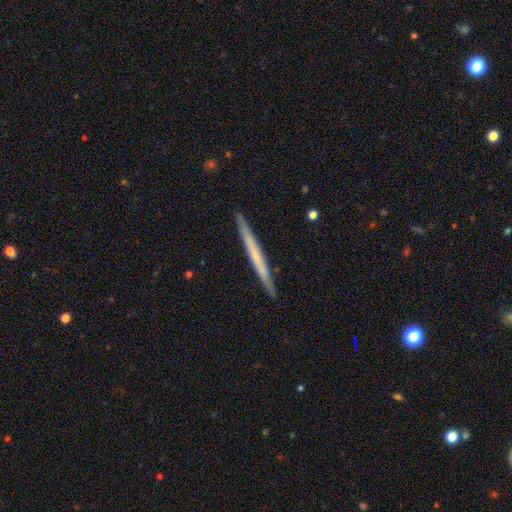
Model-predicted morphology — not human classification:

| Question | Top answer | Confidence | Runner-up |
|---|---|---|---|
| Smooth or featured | featured or disk | 48% | smooth (47%) |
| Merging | none | 92% | minor disturbance (6%) |